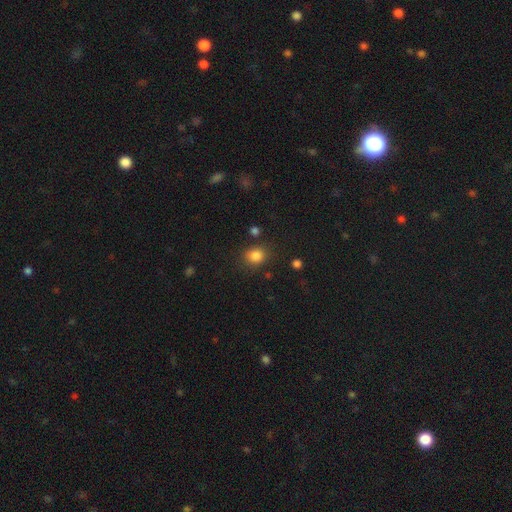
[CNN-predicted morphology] The model was most divided on "how rounded": round: 66%, in between: 34%, cigar-shaped: 1%. More confident: smooth or featured — smooth (84%); merging — none (80%).